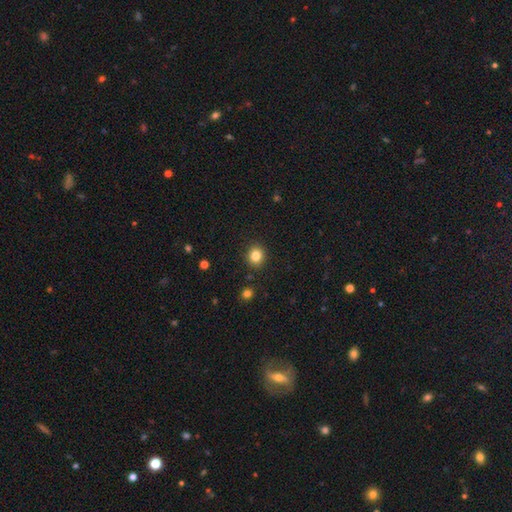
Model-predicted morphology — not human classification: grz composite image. It shows a smooth galaxy with no disk features (83%) that is round (84%). Merging: none (90%).